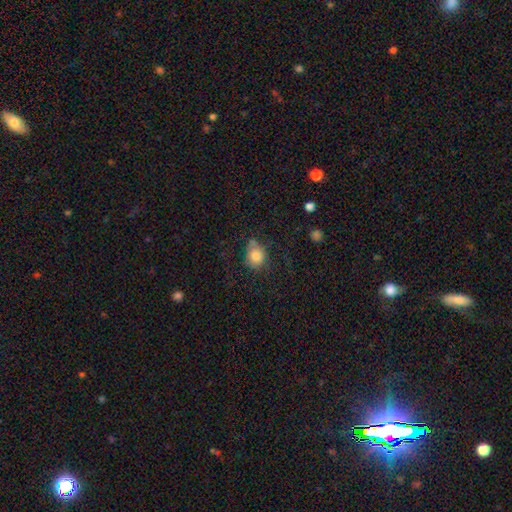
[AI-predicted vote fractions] Smooth or featured?
  - smooth: 82% *
  - star or artifact: 9%
  - featured or disk: 8%
How rounded?
  - round: 71% *
  - in between: 28%
  - cigar-shaped: 1%
Merging?
  - none: 61% *
  - minor disturbance: 25%
  - major disturbance: 8%
  - merger: 5%